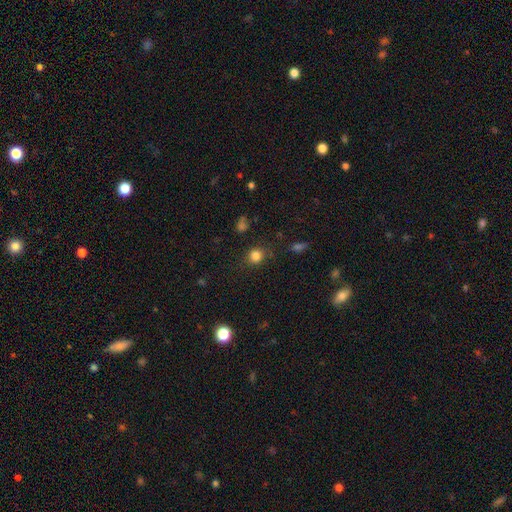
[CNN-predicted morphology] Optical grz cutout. It shows a smooth galaxy with no disk features (82%) that is round (85%). Merging: none (83%).